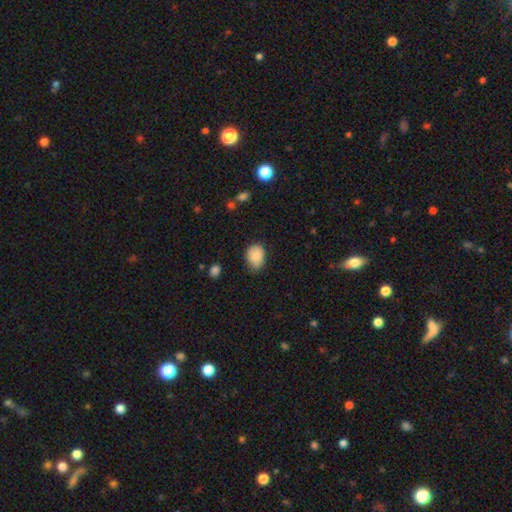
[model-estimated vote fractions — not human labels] Q: Smooth or featured?
A: smooth (85%); runner-up: star or artifact (8%)
Q: How rounded?
A: in between (69%); runner-up: round (31%)
Q: Merging?
A: none (66%); runner-up: minor disturbance (28%)